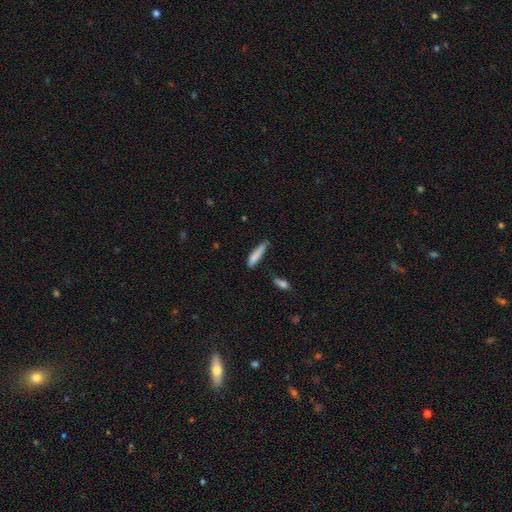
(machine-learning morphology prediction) smooth-or-featured: smooth: 80% | featured or disk: 12% | star or artifact: 7%
  how-rounded: cigar-shaped: 79% | in between: 20% | round: 1%
  merging: none: 56% | minor disturbance: 31% | major disturbance: 7% | merger: 6%